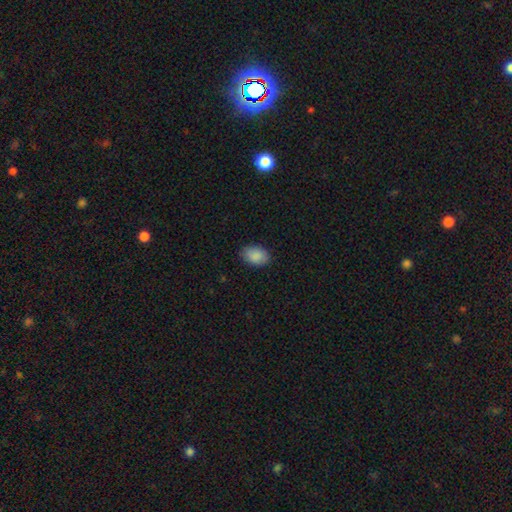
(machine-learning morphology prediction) Smooth or featured? smooth (90%)
How rounded? in between (85%)
Merging? none (85%)